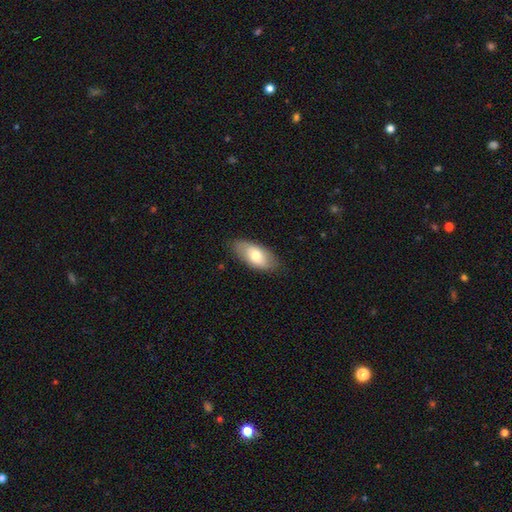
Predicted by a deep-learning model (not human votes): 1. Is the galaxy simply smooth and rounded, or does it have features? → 67% smooth, 27% featured or disk, 6% star or artifact.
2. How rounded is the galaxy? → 92% in between, 5% cigar-shaped, 3% round.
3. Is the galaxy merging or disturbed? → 81% none, 15% minor disturbance, 3% major disturbance, 1% merger.